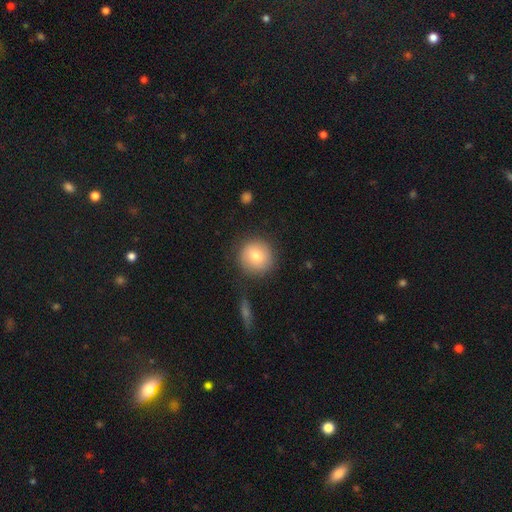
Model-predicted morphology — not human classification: Q: Smooth or featured?
A: smooth (77%); runner-up: featured or disk (15%)
Q: How rounded?
A: round (92%); runner-up: in between (7%)
Q: Merging?
A: none (84%); runner-up: minor disturbance (10%)